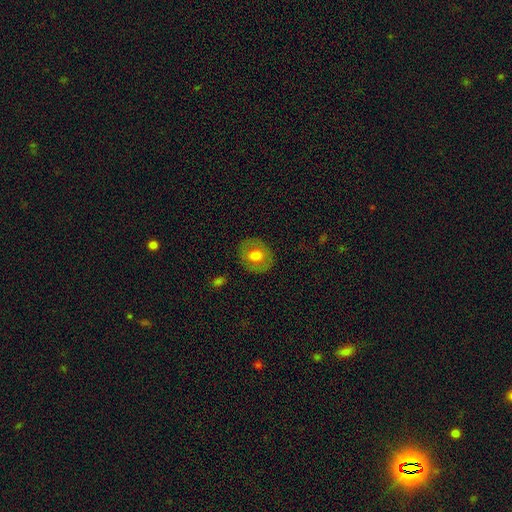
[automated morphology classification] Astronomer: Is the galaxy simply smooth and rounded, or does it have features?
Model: smooth — 63%.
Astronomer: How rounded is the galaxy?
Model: round — 70%.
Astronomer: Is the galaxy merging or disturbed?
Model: none — 86%.